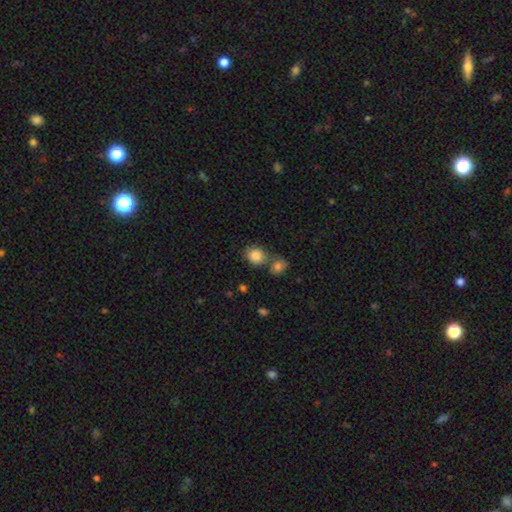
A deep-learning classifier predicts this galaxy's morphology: Overall: smooth (86%). How rounded: round (69%; in between 30%). Merging: none (56%; merger 29%).